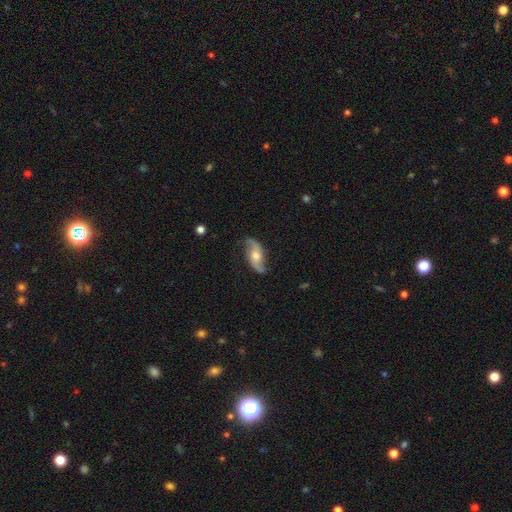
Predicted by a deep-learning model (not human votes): smooth_or_featured: featured or disk (p=0.84) [alt: smooth p=0.10]
disk_edge_on: no (p=0.93) [alt: yes p=0.07]
bar: no (p=0.61) [alt: weak p=0.30]
has_spiral_arms: yes (p=0.96) [alt: no p=0.04]
spiral_winding: loose (p=0.75) [alt: medium p=0.19]
spiral_arm_count: 2 (p=0.94) [alt: can't tell p=0.02]
bulge_size: moderate (p=0.62) [alt: small p=0.22]
merging: none (p=0.81) [alt: minor disturbance p=0.14]